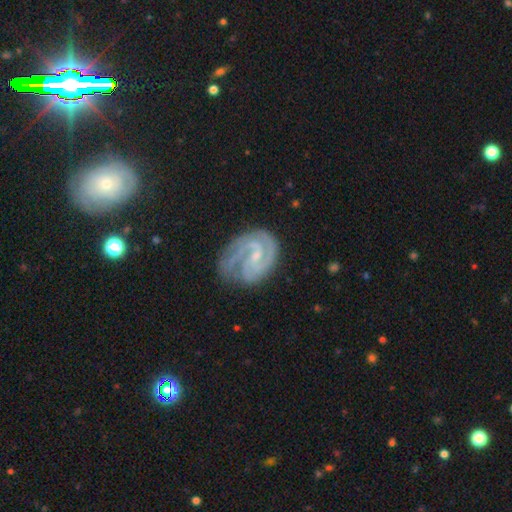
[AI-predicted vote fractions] This appears to be a featured or disk galaxy (89%) with a weak bar (48%), 2 (50%) tight (55%) spiral arms (98%) and a small central bulge (74%). Merging: none (68%).